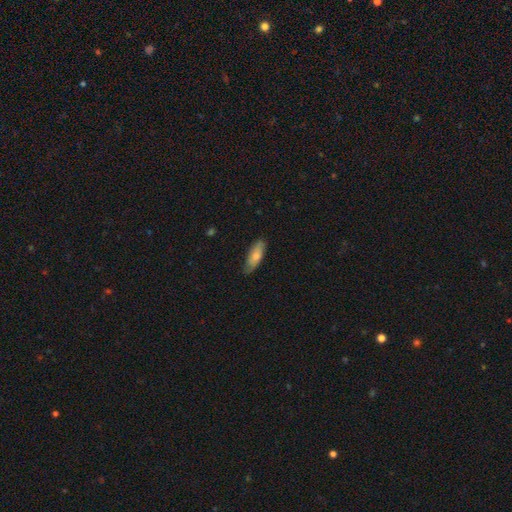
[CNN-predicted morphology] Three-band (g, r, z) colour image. It shows a smooth galaxy with no disk features (74%) that is in between round and cigar-shaped (62%). Merging: none (77%).